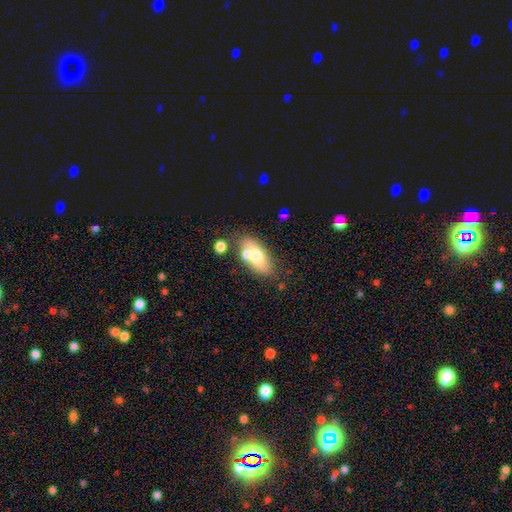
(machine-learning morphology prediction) A smooth galaxy with no disk features (63%) that is in between round and cigar-shaped (88%). Merging: none (57%).